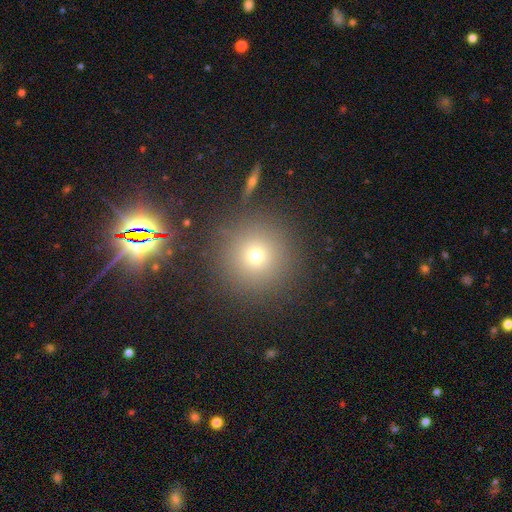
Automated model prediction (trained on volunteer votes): Smooth or featured?
  - smooth: 68% *
  - star or artifact: 21%
  - featured or disk: 10%
How rounded?
  - round: 96% *
  - in between: 3%
  - cigar-shaped: 1%
Merging?
  - none: 87% *
  - minor disturbance: 6%
  - major disturbance: 3%
  - merger: 3%